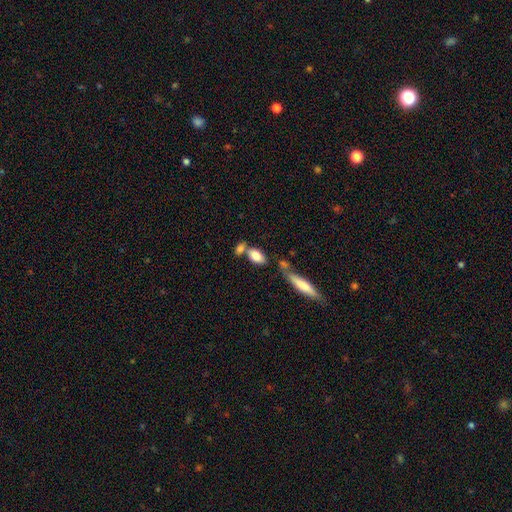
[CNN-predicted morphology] Overall: smooth (80%). How rounded: in between (86%). Merging: none (51%; merger 31%).